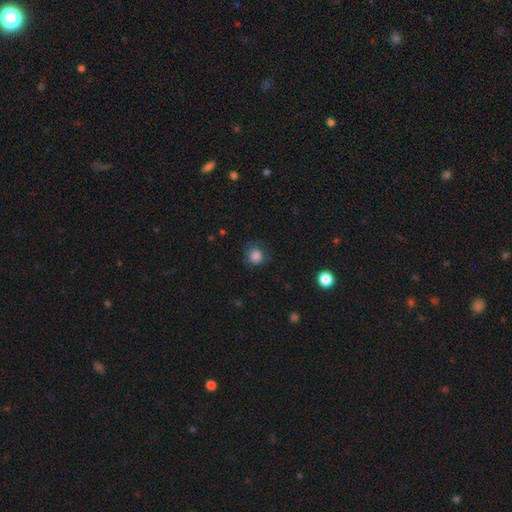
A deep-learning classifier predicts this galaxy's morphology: smooth-or-featured: smooth: 85% | star or artifact: 11% | featured or disk: 4%
  how-rounded: round: 90% | in between: 9% | cigar-shaped: 1%
  merging: none: 80% | minor disturbance: 14% | major disturbance: 5% | merger: 1%